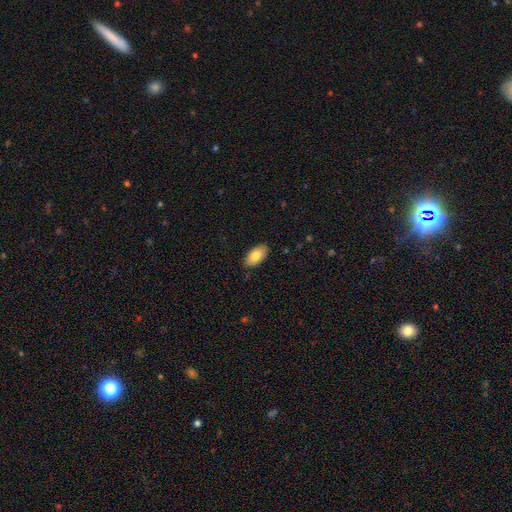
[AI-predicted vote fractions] Smooth or featured? Predicted: smooth (p=0.81). How rounded? Predicted: in between (p=0.94). Merging? Predicted: none (p=0.87).